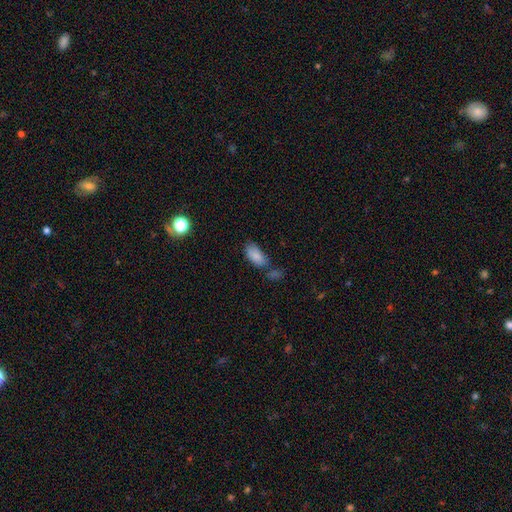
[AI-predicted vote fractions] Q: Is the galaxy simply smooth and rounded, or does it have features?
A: smooth — 85%.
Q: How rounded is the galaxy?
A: in between — 92%.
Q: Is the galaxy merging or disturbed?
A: none — 52%.